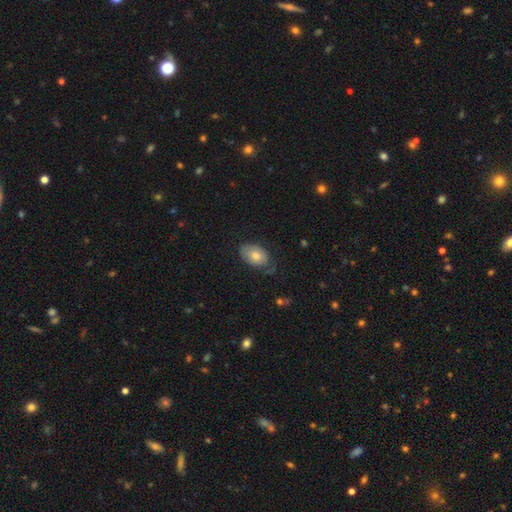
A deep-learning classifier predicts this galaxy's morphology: This is likely a smooth galaxy (70%). How rounded: clearly in between (88%). Merging: possibly none (54%).